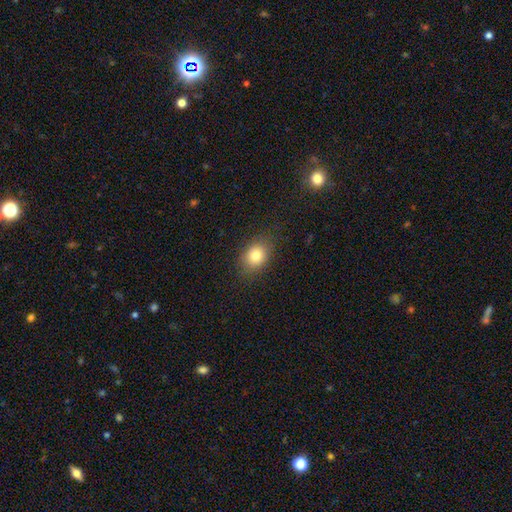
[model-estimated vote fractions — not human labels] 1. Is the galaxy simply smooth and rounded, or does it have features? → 81% smooth, 10% star or artifact, 9% featured or disk.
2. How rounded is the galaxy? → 57% in between, 42% round, 1% cigar-shaped.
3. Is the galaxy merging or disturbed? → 82% none, 13% minor disturbance, 4% major disturbance, 1% merger.